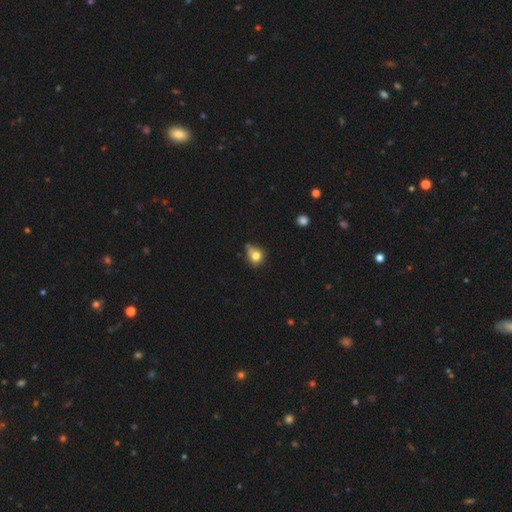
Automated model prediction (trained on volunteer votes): Smooth or featured?
  - smooth: 76% *
  - featured or disk: 12%
  - star or artifact: 12%
How rounded?
  - round: 66% *
  - in between: 33%
  - cigar-shaped: 1%
Merging?
  - none: 44% *
  - minor disturbance: 34%
  - major disturbance: 12%
  - merger: 11%